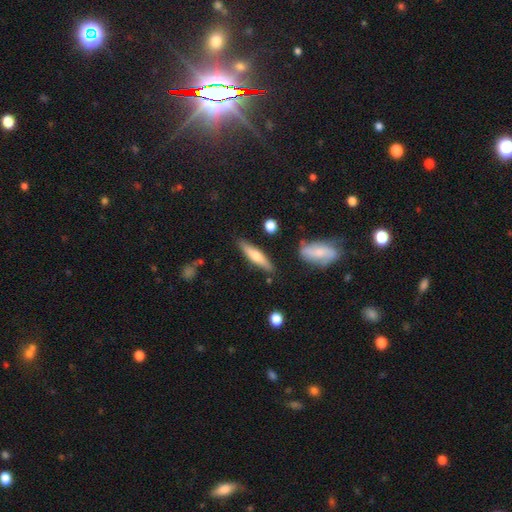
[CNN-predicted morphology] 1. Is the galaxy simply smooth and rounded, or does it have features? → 55% smooth, 39% featured or disk, 6% star or artifact.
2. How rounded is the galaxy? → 77% cigar-shaped, 21% in between, 2% round.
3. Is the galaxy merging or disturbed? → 81% none, 12% minor disturbance, 4% merger, 3% major disturbance.